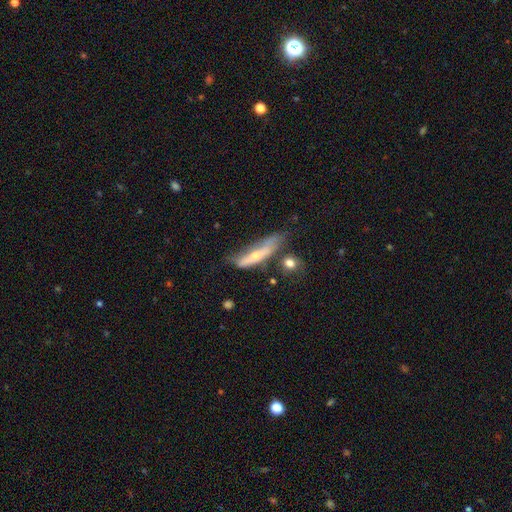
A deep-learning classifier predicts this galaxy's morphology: Smooth or featured? featured or disk (49%)
Merging? none (35%)